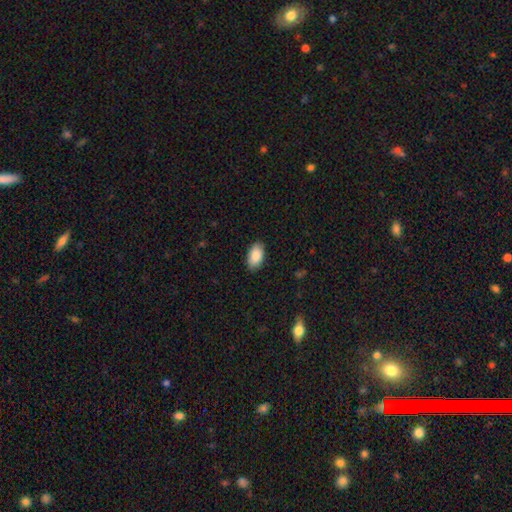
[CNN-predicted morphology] Q: Smooth or featured?
A: smooth (89%); runner-up: star or artifact (6%)
Q: How rounded?
A: in between (95%); runner-up: round (3%)
Q: Merging?
A: none (88%); runner-up: minor disturbance (9%)